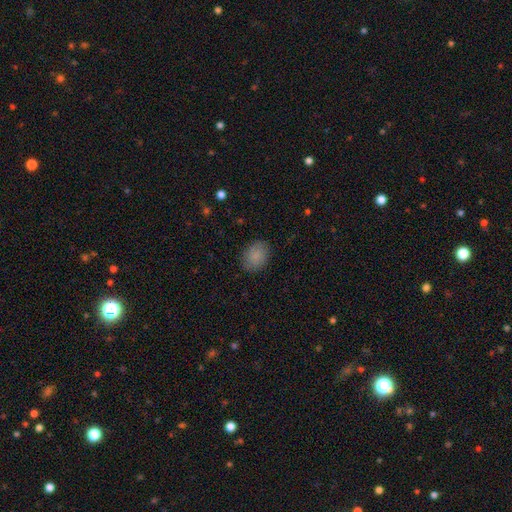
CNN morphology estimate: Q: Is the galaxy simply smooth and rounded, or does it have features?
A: smooth — 87%.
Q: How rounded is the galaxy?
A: in between — 64%.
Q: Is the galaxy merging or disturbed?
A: none — 85%.